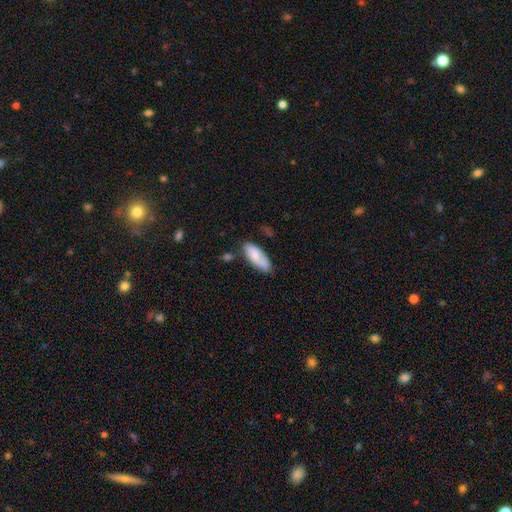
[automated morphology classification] type=smooth (73%); roundness=in between (78%); merging=none (69%).